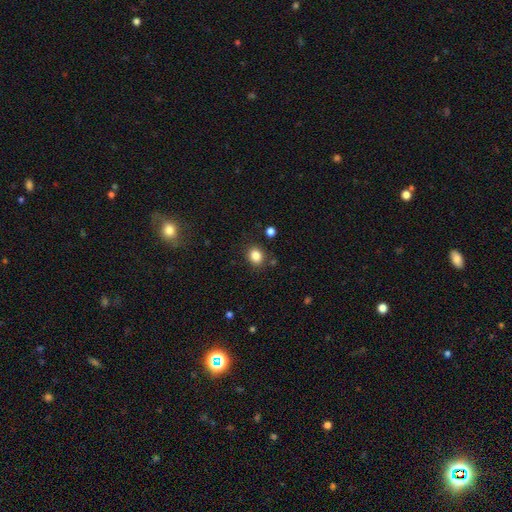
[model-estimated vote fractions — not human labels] A smooth galaxy with no disk features (84%) that is round (71%). Merging: none (84%).